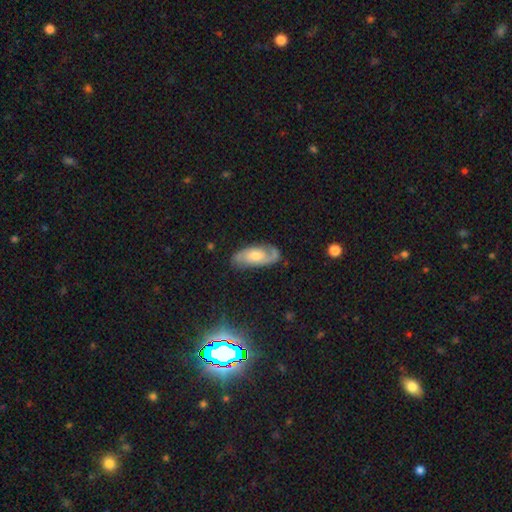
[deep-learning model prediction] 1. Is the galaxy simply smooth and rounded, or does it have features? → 73% featured or disk, 19% smooth, 8% star or artifact.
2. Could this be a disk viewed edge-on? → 92% no, 8% yes.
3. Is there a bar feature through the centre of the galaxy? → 60% no, 33% weak, 7% strong.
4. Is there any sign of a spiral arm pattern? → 93% yes, 7% no.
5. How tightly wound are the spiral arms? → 47% medium, 30% tight, 22% loose.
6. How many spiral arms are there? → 79% 2, 10% can't tell, 8% 1, 2% 3, 1% 4, 1% more than 4.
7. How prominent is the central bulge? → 55% moderate, 28% small, 10% large, 5% none, 1% dominant.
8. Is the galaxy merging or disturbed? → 76% none, 17% minor disturbance, 6% major disturbance, 2% merger.